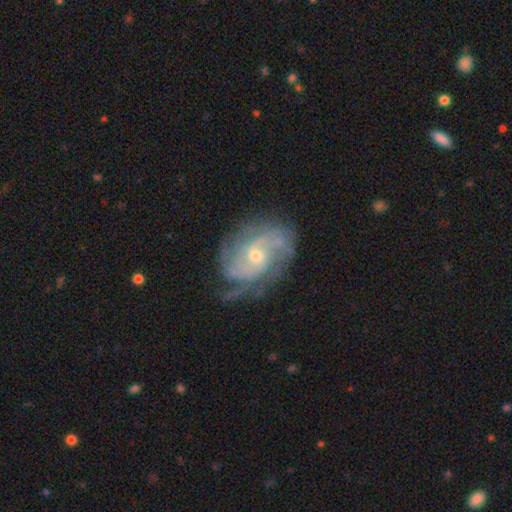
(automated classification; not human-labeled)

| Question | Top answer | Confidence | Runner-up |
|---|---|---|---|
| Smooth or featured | featured or disk | 87% | smooth (7%) |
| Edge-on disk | no | 97% | yes (3%) |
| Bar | no | 62% | weak (33%) |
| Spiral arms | yes | 95% | no (5%) |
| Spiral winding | tight | 49% | medium (39%) |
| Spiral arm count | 2 | 34% | can't tell (28%) |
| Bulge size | small | 55% | moderate (41%) |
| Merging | none | 63% | minor disturbance (22%) |